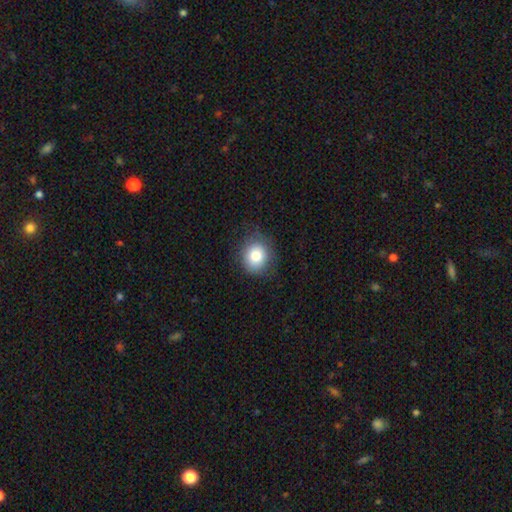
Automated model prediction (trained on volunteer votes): Smooth or featured? Predicted: smooth (p=0.81). How rounded? Predicted: round (p=0.80). Merging? Predicted: none (p=0.82).